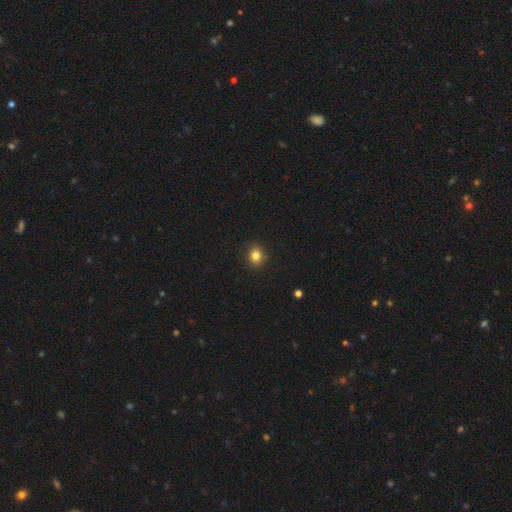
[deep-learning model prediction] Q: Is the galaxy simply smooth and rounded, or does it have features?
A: smooth — 83%.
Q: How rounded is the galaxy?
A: round — 71%.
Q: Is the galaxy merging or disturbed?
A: none — 86%.